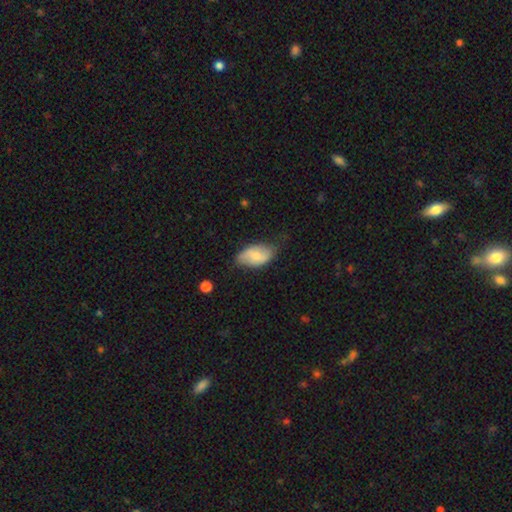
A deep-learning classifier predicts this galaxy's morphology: A smooth galaxy with no disk features (67%) that is in between round and cigar-shaped (93%).

Vote fractions:
- Smooth or featured? smooth: 67% / featured or disk: 27% / star or artifact: 6%
- How rounded? in between: 93% / round: 5% / cigar-shaped: 2%
- Merging? none: 56% / minor disturbance: 34% / major disturbance: 8% / merger: 2%